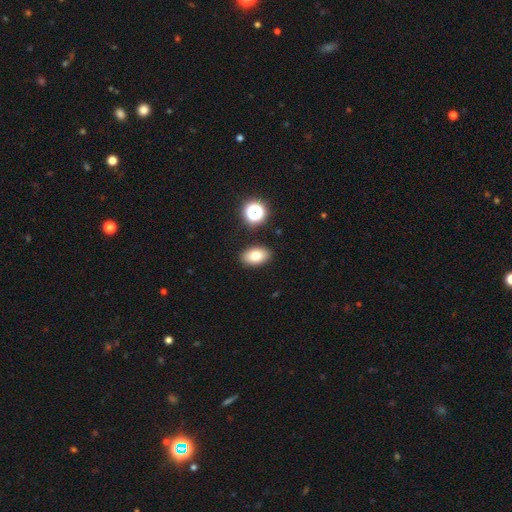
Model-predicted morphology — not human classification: A smooth galaxy with no disk features (77%) that is in between round and cigar-shaped (87%).

Vote fractions:
- Smooth or featured? smooth: 77% / featured or disk: 12% / star or artifact: 11%
- How rounded? in between: 87% / round: 11% / cigar-shaped: 1%
- Merging? none: 88% / minor disturbance: 8% / merger: 2% / major disturbance: 2%